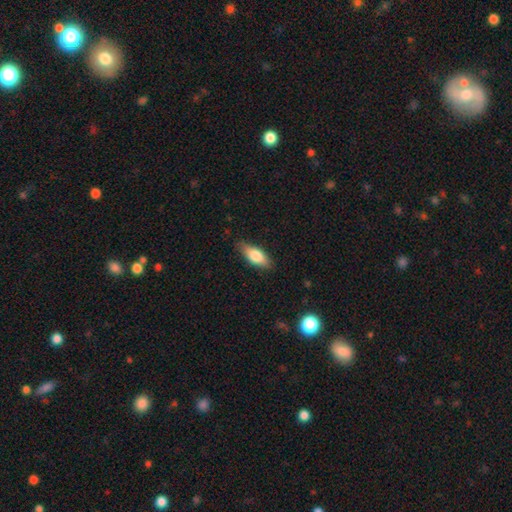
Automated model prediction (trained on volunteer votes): Q: Smooth or featured?
A: smooth (74%); runner-up: featured or disk (20%)
Q: How rounded?
A: in between (75%); runner-up: cigar-shaped (22%)
Q: Merging?
A: none (83%); runner-up: minor disturbance (14%)